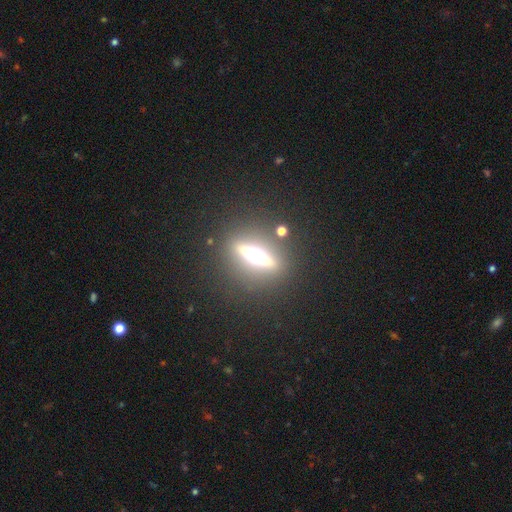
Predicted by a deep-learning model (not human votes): Smooth or featured? Predicted: featured or disk (p=0.70). Edge-on disk? Predicted: yes (p=0.92). Edge-on bulge? Predicted: rounded (p=0.90). Merging? Predicted: none (p=0.87).